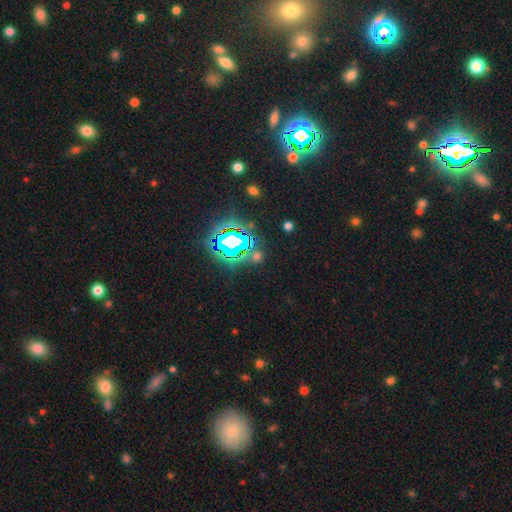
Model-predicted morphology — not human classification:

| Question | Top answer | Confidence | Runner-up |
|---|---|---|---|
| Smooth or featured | star or artifact | 63% | smooth (27%) |